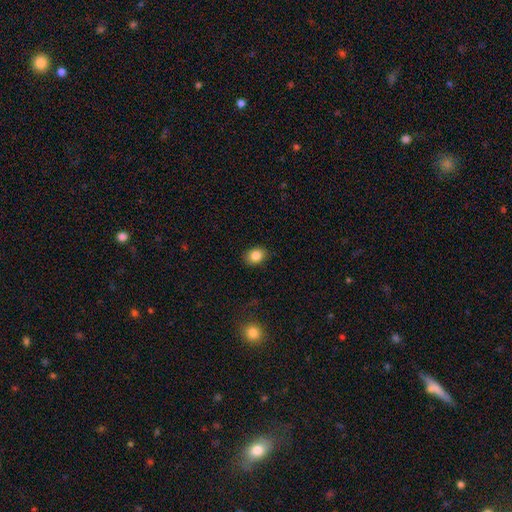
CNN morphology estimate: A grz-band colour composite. It shows a smooth galaxy with no disk features (84%) that is in between round and cigar-shaped (61%). Merging: none (88%).